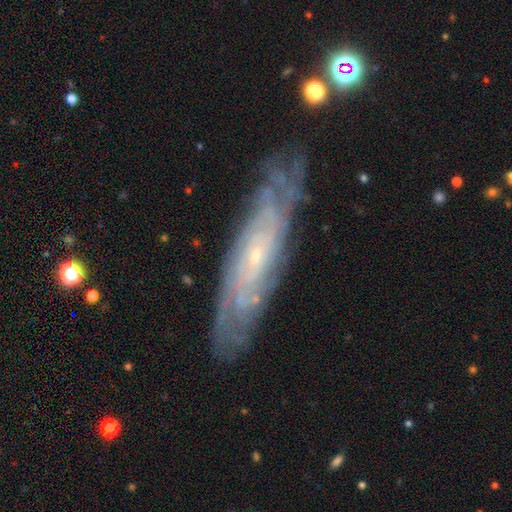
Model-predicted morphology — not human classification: Q: Smooth or featured?
A: featured or disk (82%); runner-up: smooth (12%)
Q: Edge-on disk?
A: no (78%); runner-up: yes (22%)
Q: Bar?
A: no (73%); runner-up: weak (21%)
Q: Spiral arms?
A: yes (93%); runner-up: no (7%)
Q: Spiral winding?
A: tight (76%); runner-up: medium (20%)
Q: Spiral arm count?
A: can't tell (55%); runner-up: 4 (11%)
Q: Bulge size?
A: small (85%); runner-up: moderate (10%)
Q: Merging?
A: none (79%); runner-up: minor disturbance (16%)